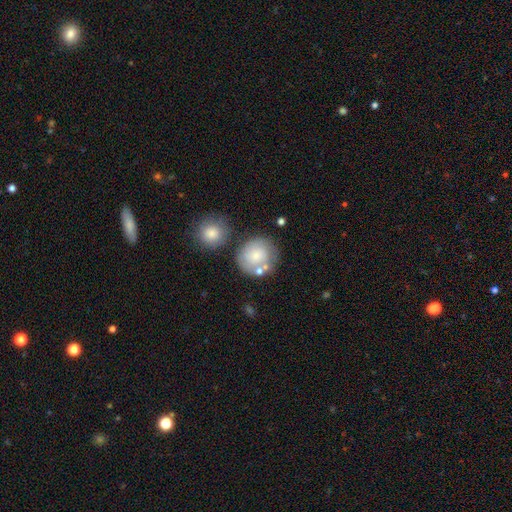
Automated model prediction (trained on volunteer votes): This appears to be a smooth galaxy with no disk features (71%) that is round (85%). Merging: none (64%).